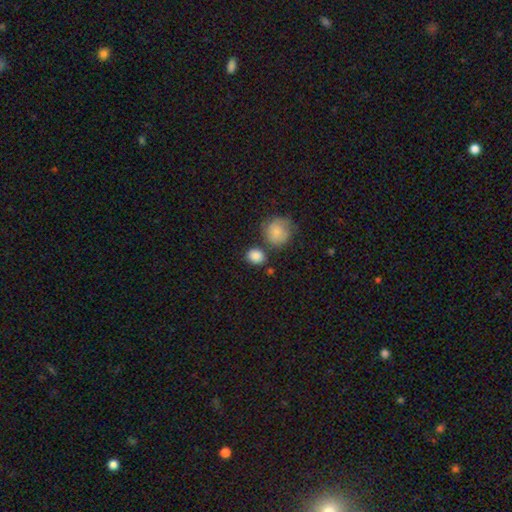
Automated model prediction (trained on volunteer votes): Smooth or featured? Predicted: smooth (p=0.87). How rounded? Predicted: round (p=0.59). Merging? Predicted: none (p=0.69).